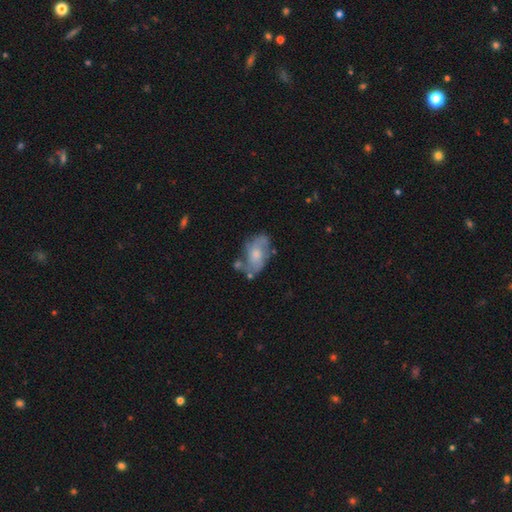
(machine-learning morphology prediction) smooth-or-featured: featured or disk: 58% | smooth: 35% | star or artifact: 7%
  disk-edge-on: no: 95% | yes: 5%
    bar: no: 70% | weak: 26% | strong: 4%
    has-spiral-arms: yes: 73% | no: 27%
    bulge-size: moderate: 50% | small: 24% | large: 14% | none: 10% | dominant: 2%
  merging: none: 49% | minor disturbance: 26% | major disturbance: 14% | merger: 12%